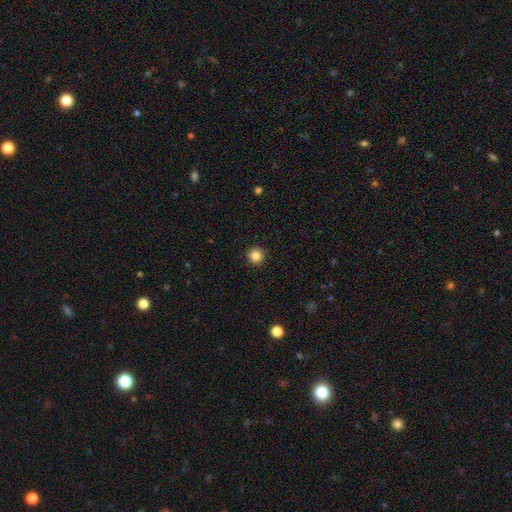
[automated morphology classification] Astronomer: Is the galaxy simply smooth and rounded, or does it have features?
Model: smooth — 85%.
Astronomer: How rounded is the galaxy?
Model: round — 96%.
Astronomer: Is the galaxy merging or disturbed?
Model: none — 93%.